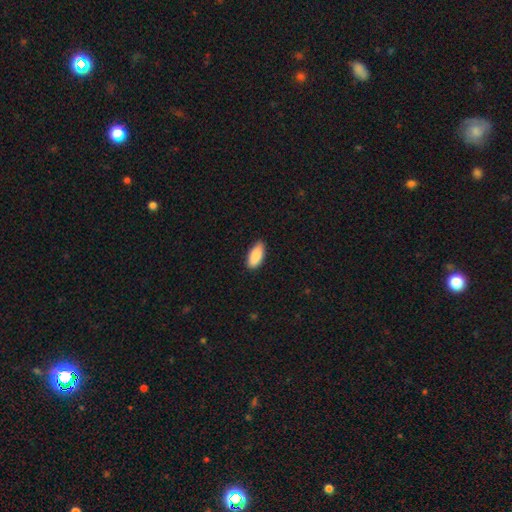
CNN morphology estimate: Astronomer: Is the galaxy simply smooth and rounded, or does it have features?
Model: smooth — 89%.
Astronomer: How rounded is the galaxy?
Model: in between — 87%.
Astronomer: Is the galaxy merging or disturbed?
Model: none — 85%.